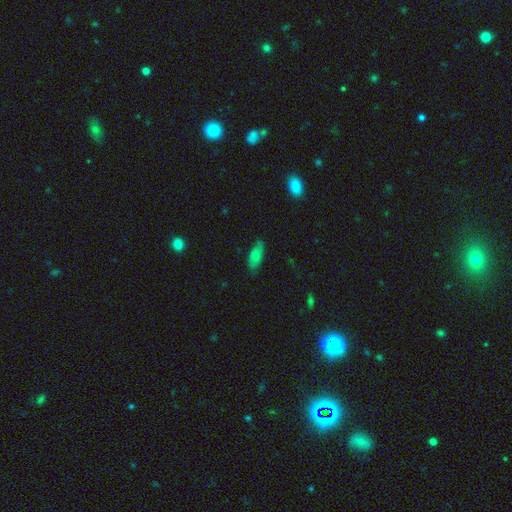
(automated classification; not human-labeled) The model was most divided on "smooth or featured": smooth: 72%, featured or disk: 20%, star or artifact: 8%. More confident: merging — none (79%); how rounded — in between (77%).